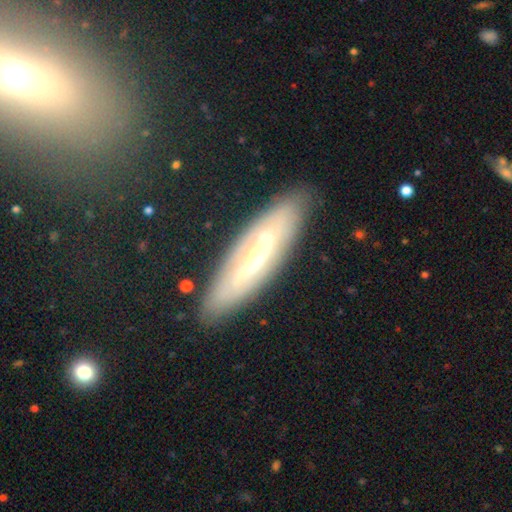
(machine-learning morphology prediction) Overall: featured or disk (71%). Edge-on disk: no (61%; yes 39%). Merging: none (84%).